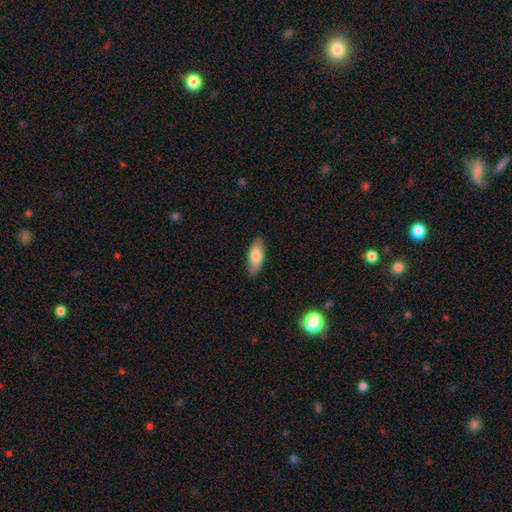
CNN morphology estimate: Q: Smooth or featured?
A: smooth (78%); runner-up: featured or disk (16%)
Q: How rounded?
A: in between (77%); runner-up: cigar-shaped (20%)
Q: Merging?
A: none (85%); runner-up: minor disturbance (12%)